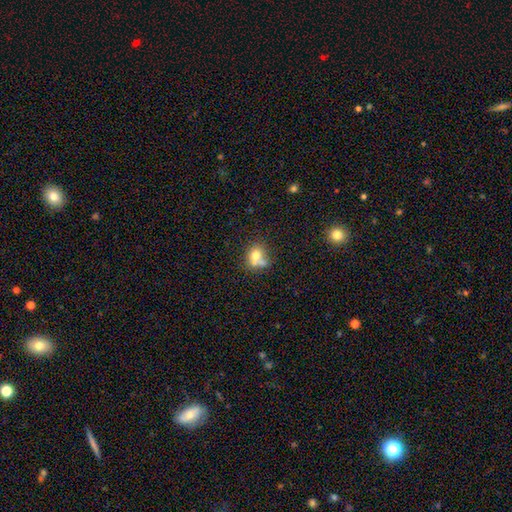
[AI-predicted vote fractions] smooth_or_featured: smooth (p=0.70) [alt: featured or disk p=0.18]
how_rounded: round (p=0.68) [alt: in between p=0.31]
merging: merger (p=0.45) [alt: none p=0.35]